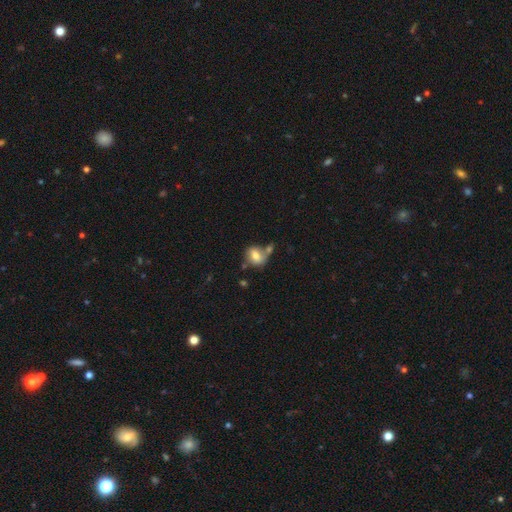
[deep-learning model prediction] Q: Smooth or featured?
A: smooth (68%); runner-up: featured or disk (22%)
Q: How rounded?
A: in between (55%); runner-up: round (43%)
Q: Merging?
A: none (44%); runner-up: merger (30%)